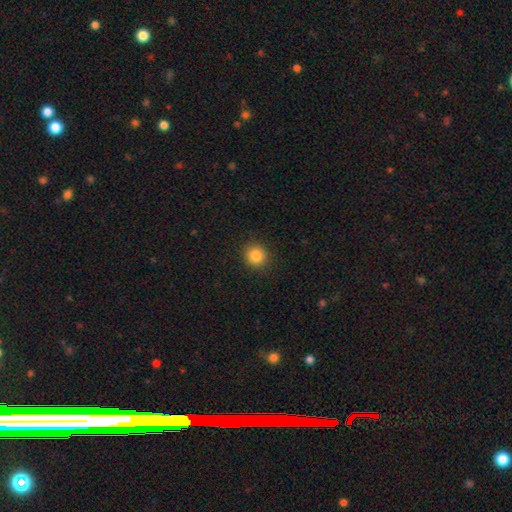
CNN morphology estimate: Smooth or featured? smooth (84%)
How rounded? round (91%)
Merging? none (91%)